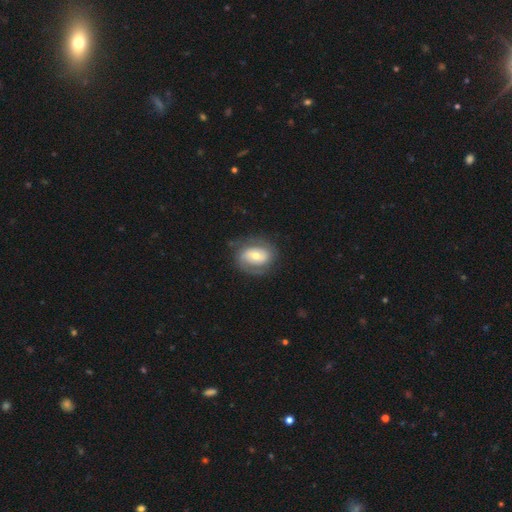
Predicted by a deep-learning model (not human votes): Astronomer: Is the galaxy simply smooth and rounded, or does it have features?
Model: featured or disk — 68%.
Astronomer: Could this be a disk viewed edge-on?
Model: no — 96%.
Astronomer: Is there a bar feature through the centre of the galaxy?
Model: no — 48% (runner-up: weak, 33%).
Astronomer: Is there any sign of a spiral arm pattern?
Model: yes — 81%.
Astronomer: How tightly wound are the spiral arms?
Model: tight — 48% (runner-up: medium, 36%).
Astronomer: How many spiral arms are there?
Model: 2 — 68%.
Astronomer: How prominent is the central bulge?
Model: moderate — 57% (runner-up: small, 35%).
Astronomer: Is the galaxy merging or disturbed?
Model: none — 72%.